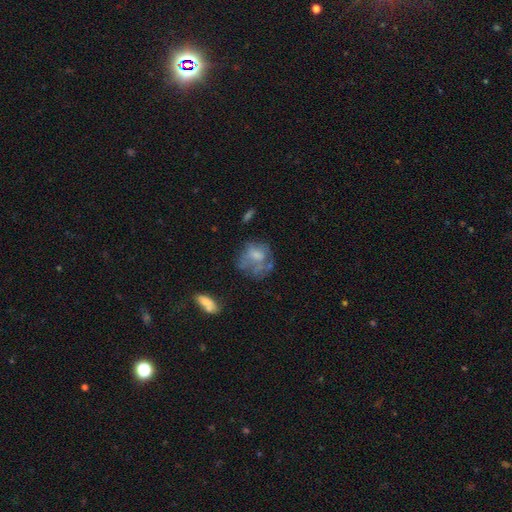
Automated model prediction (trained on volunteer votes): This is possibly a smooth galaxy (49%). Merging: marginally none (41%).